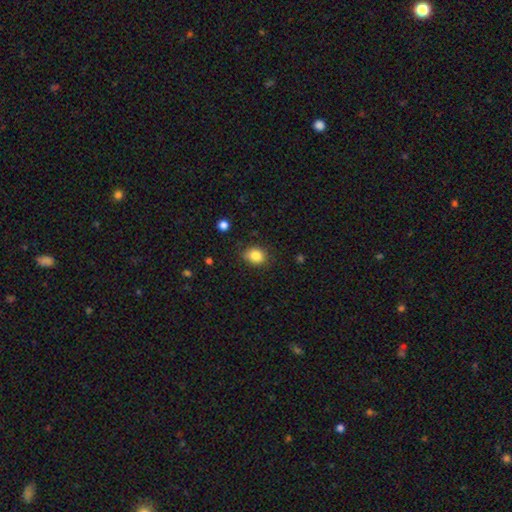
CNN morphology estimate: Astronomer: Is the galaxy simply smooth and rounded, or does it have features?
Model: smooth — 84%.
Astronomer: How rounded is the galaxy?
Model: round — 53% (runner-up: in between, 46%).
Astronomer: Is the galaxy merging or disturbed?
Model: none — 78%.